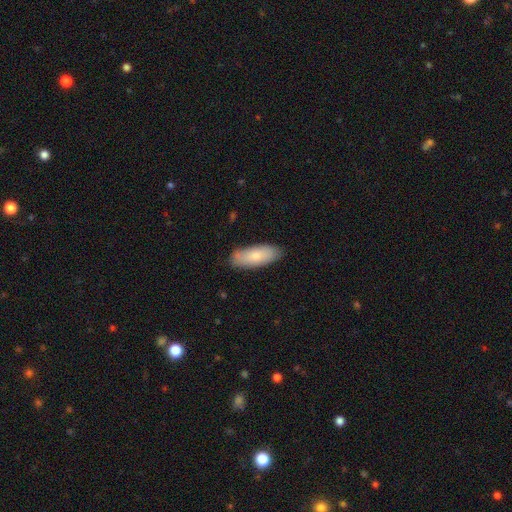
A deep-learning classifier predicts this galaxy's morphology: The model was most divided on "how rounded": in between: 74%, cigar-shaped: 24%, round: 2%. More confident: merging — none (83%); smooth or featured — smooth (78%).